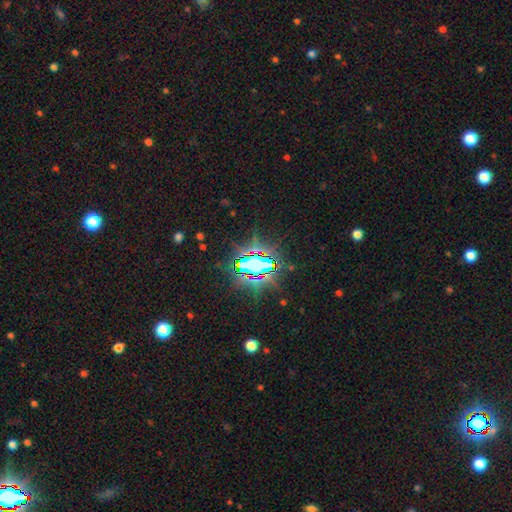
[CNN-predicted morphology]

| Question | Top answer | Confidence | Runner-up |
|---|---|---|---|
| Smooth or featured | star or artifact | 83% | smooth (10%) |